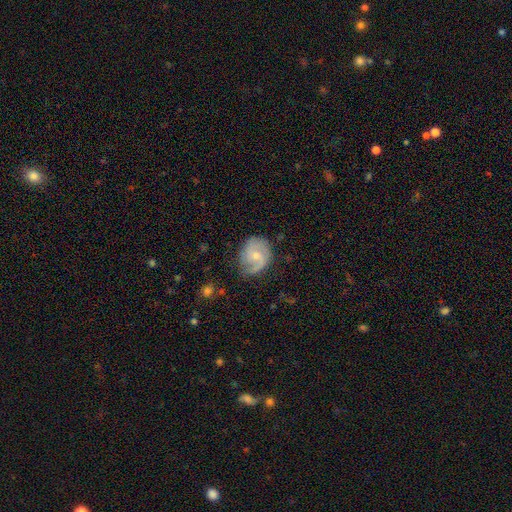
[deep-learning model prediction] Smooth or featured: featured or disk — 70% (smooth — 24%)
Edge-on disk: no — 97% (yes — 3%)
Bar: no — 58% (weak — 37%)
Spiral arms: yes — 91% (no — 9%)
Spiral winding: medium — 46% (tight — 28%)
Spiral arm count: 2 — 67% (can't tell — 13%)
Bulge size: small — 53% (moderate — 42%)
Merging: none — 65% (minor disturbance — 25%)